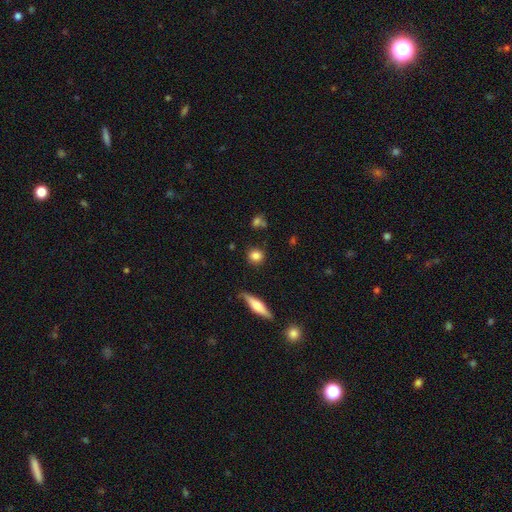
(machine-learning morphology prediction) Smooth or featured: smooth — 83% (star or artifact — 9%)
How rounded: round — 83% (in between — 14%)
Merging: none — 85% (minor disturbance — 10%)